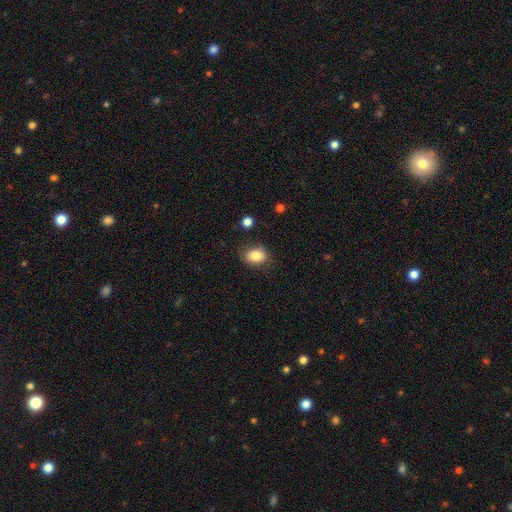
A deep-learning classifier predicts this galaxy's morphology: Smooth or featured?
  - smooth: 83% *
  - star or artifact: 9%
  - featured or disk: 8%
How rounded?
  - in between: 67% *
  - round: 32%
  - cigar-shaped: 1%
Merging?
  - none: 81% *
  - minor disturbance: 13%
  - major disturbance: 4%
  - merger: 2%